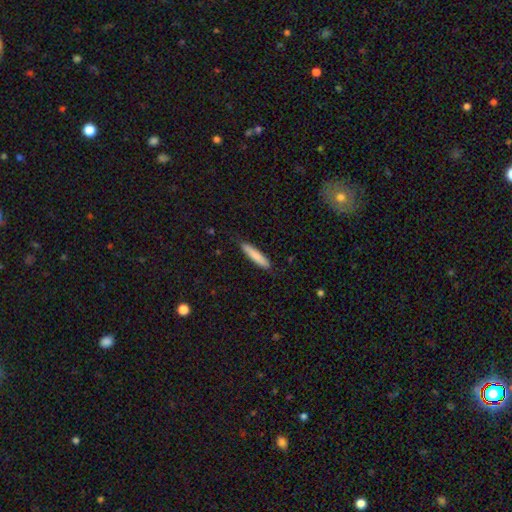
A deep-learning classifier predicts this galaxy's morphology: Overall: smooth (83%). How rounded: cigar-shaped (87%). Merging: none (85%).